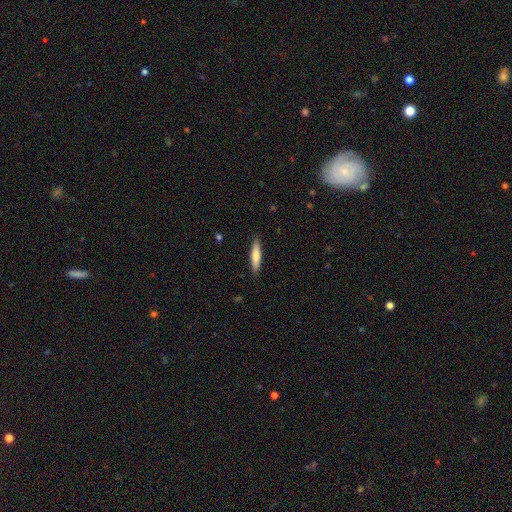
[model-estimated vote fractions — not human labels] A smooth galaxy with no disk features (65%) that is cigar-shaped (83%). Merging: none (89%).